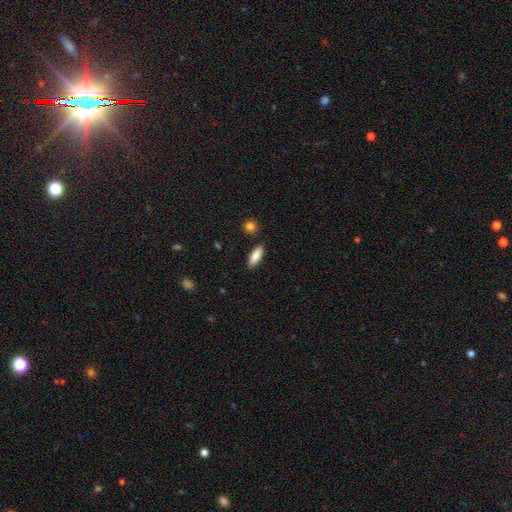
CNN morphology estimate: Overall: smooth (84%). How rounded: in between (68%; cigar-shaped 30%). Merging: none (87%).